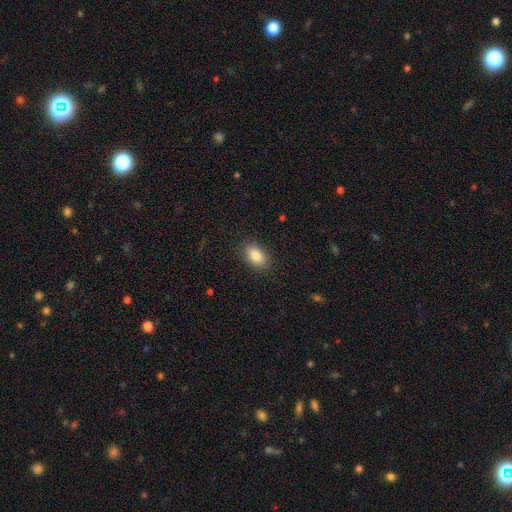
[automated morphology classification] A smooth galaxy with no disk features (84%) that is in between round and cigar-shaped (88%). Merging: none (88%).